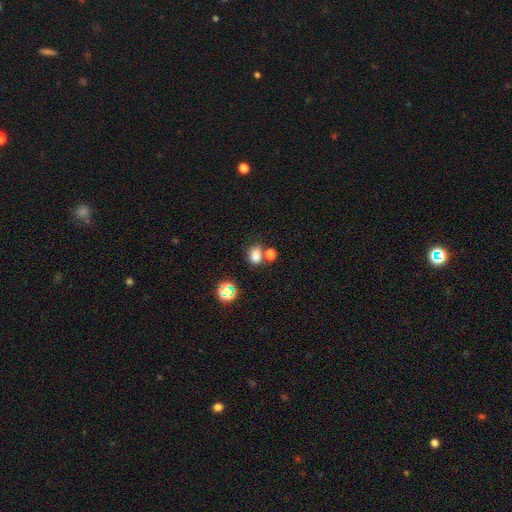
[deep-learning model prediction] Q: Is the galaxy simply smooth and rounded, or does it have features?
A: smooth — 78%.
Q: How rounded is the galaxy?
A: in between — 60%.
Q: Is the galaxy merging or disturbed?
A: none — 56%.